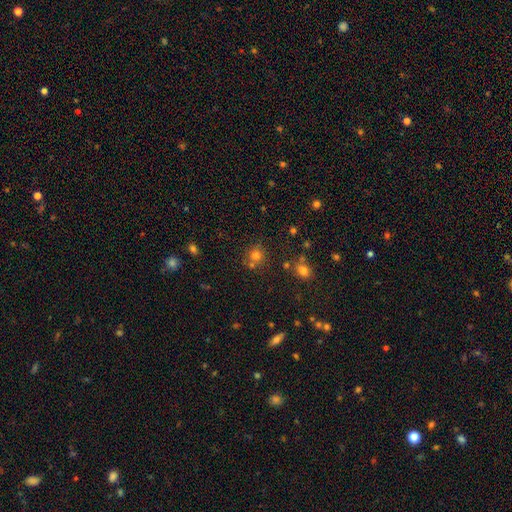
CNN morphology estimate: smooth 67%, star or artifact 24%, featured or disk 9%. Down the decision tree: how rounded — round (86%); merging — none (71%).